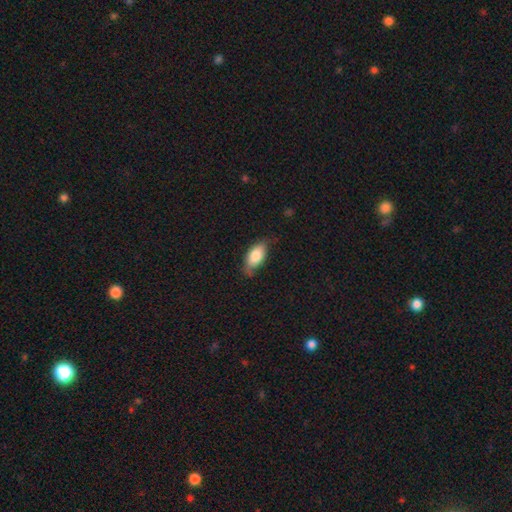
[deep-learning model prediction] Overall: smooth (79%). How rounded: in between (89%). Merging: none (63%; minor disturbance 30%).